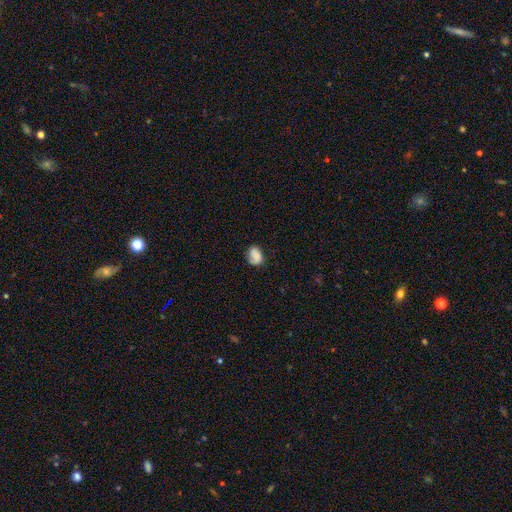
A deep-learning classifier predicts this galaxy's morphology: Smooth or featured? smooth (75%)
How rounded? in between (72%)
Merging? none (58%)